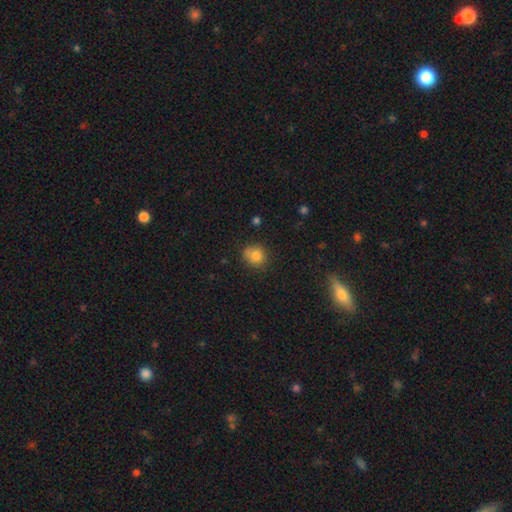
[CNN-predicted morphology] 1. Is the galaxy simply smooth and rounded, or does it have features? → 82% smooth, 11% star or artifact, 8% featured or disk.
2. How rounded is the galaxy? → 78% round, 21% in between, 1% cigar-shaped.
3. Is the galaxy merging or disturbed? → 70% none, 22% minor disturbance, 5% major disturbance, 3% merger.